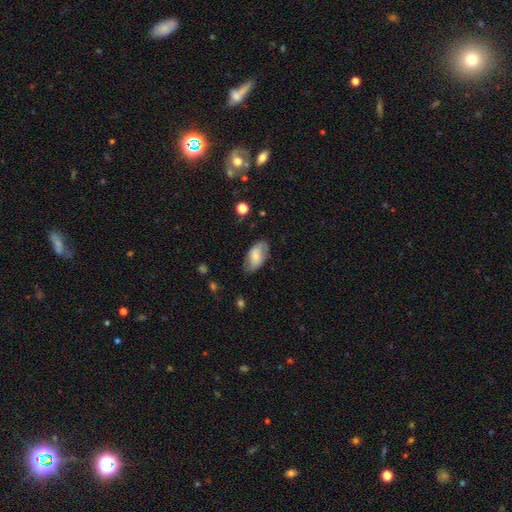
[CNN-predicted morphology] Smooth or featured? smooth (63%)
How rounded? in between (93%)
Merging? none (69%)